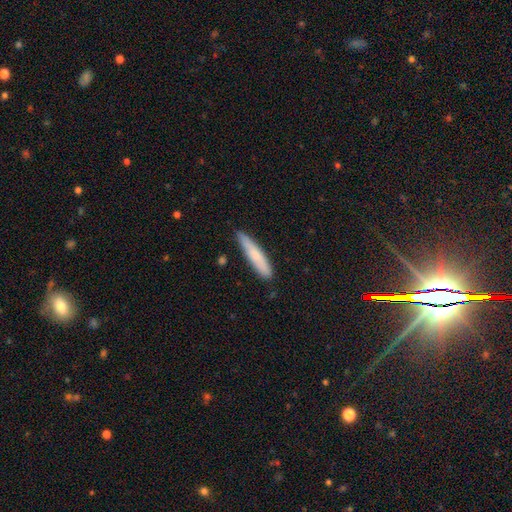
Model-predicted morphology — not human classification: smooth 77%, featured or disk 17%, star or artifact 6%. Down the decision tree: how rounded — cigar-shaped (89%); merging — none (83%).